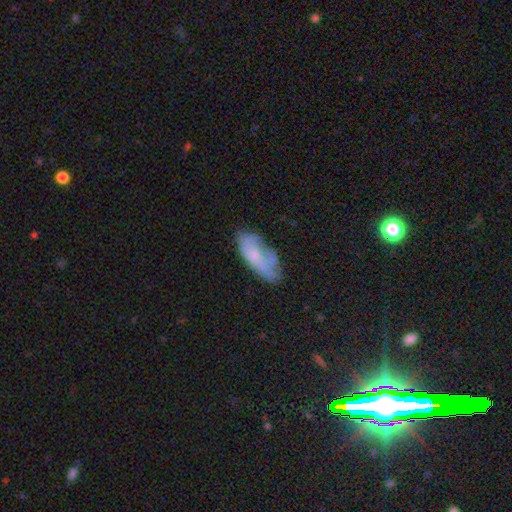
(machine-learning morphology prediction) A smooth galaxy with no disk features (55%) that is in between round and cigar-shaped (77%).

Vote fractions:
- Smooth or featured? smooth: 55% / featured or disk: 37% / star or artifact: 9%
- How rounded? in between: 77% / cigar-shaped: 21% / round: 2%
- Merging? none: 50% / minor disturbance: 30% / major disturbance: 14% / merger: 6%